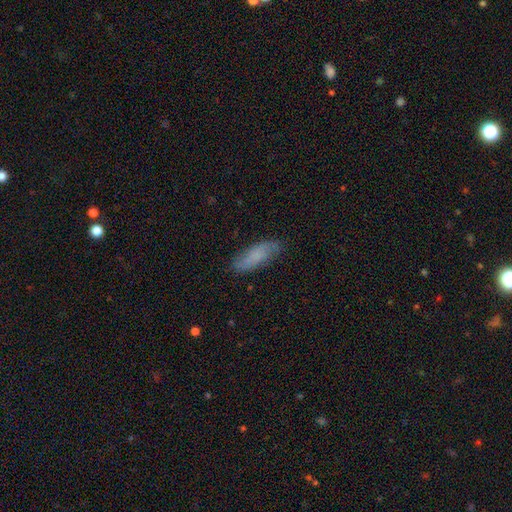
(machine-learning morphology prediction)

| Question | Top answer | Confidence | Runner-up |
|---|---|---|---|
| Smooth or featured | smooth | 66% | featured or disk (27%) |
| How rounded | in between | 58% | cigar-shaped (40%) |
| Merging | none | 80% | minor disturbance (16%) |